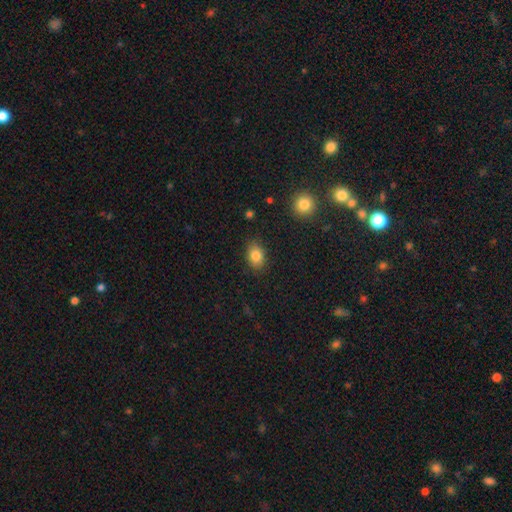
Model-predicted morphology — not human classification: smooth-or-featured: smooth: 83% | star or artifact: 9% | featured or disk: 8%
  how-rounded: in between: 75% | round: 24% | cigar-shaped: 1%
  merging: none: 85% | minor disturbance: 11% | major disturbance: 3% | merger: 1%